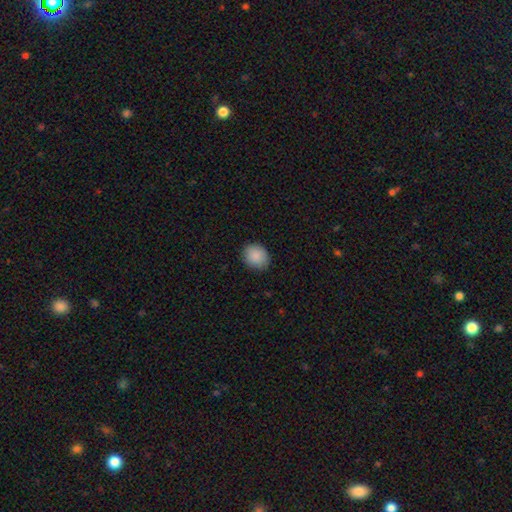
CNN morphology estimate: smooth 89%, star or artifact 7%, featured or disk 3%. Down the decision tree: how rounded — round (60%); merging — none (86%).